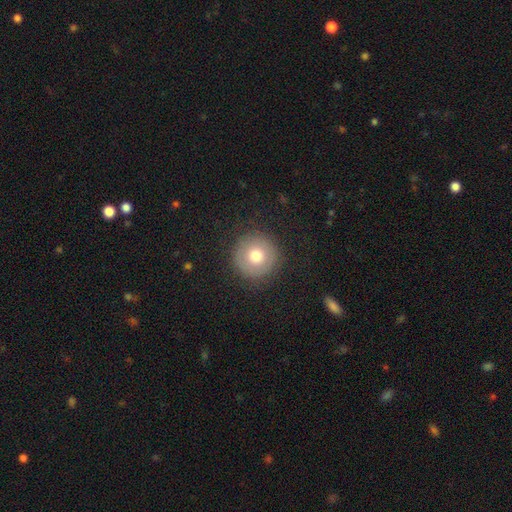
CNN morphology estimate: The model was most divided on "smooth or featured": smooth: 71%, featured or disk: 19%, star or artifact: 10%. More confident: how rounded — round (96%); merging — none (89%).